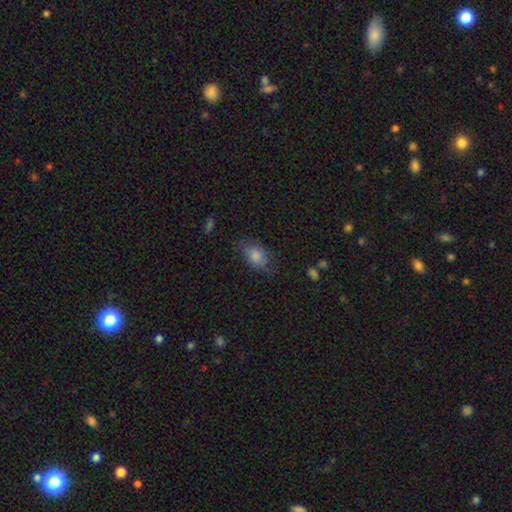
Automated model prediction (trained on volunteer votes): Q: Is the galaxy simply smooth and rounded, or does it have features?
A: smooth — 78%.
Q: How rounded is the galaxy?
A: in between — 80%.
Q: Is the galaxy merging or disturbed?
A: none — 69%.